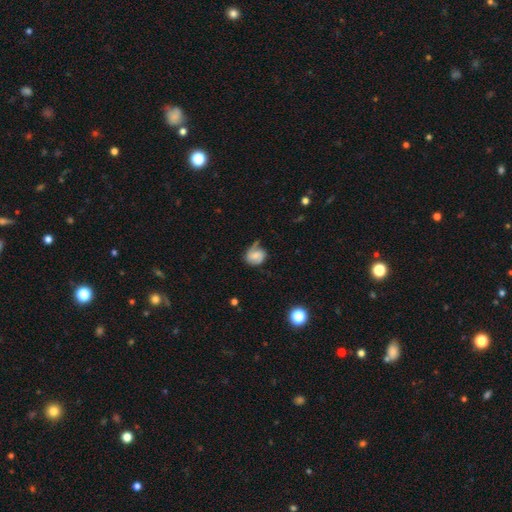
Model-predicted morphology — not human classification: The model was most divided on "smooth or featured": featured or disk: 51%, smooth: 41%, star or artifact: 8%. Remaining: edge-on disk — no (97%); merging — none (48%).